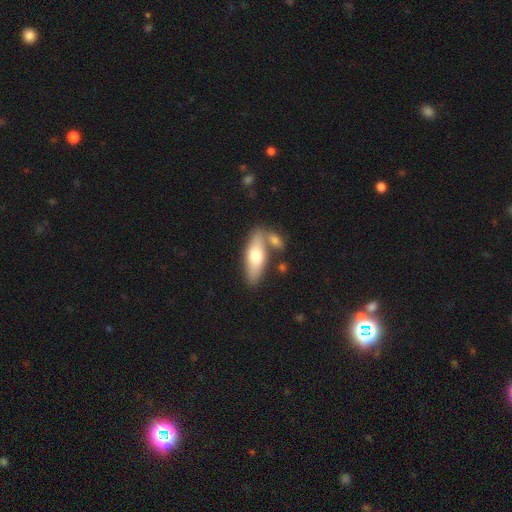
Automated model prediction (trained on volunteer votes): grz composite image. It shows a smooth galaxy with no disk features (63%) that is in between round and cigar-shaped (62%). Merging: none (61%).